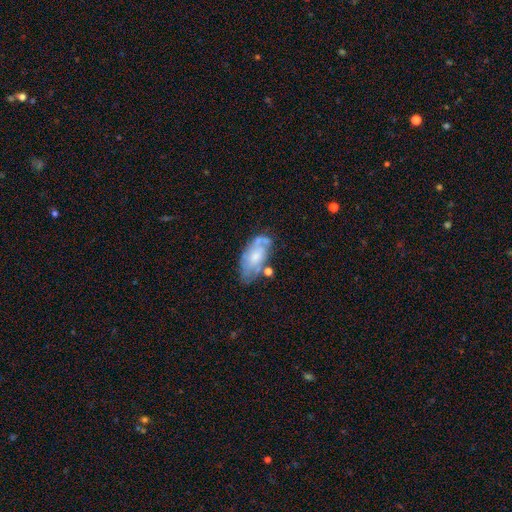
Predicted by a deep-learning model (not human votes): A featured or disk galaxy (55%) with no bar (74%), spiral arms (59%) and a moderate central bulge (42%). Merging: none (50%).